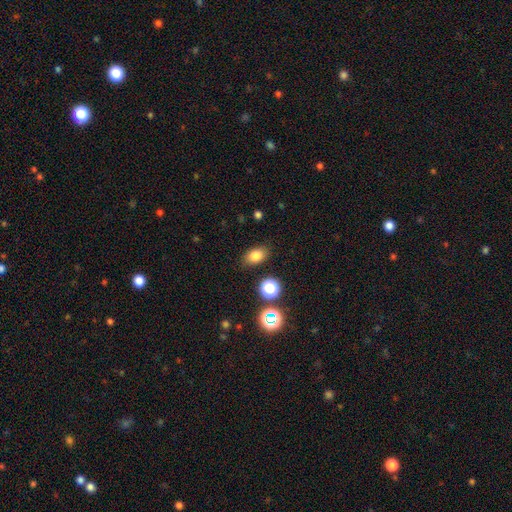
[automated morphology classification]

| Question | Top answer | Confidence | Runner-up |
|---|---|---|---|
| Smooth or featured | smooth | 80% | star or artifact (13%) |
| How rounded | in between | 81% | round (17%) |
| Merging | none | 85% | minor disturbance (10%) |